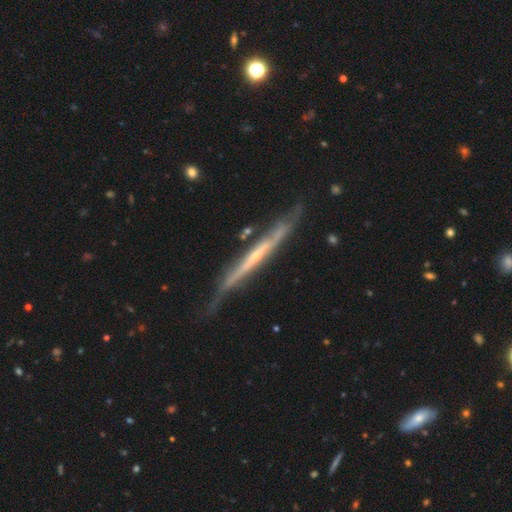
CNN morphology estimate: type=featured or disk (80%); edge-on=yes (92%); edge-on bulge=none (52%); merging=none (67%).